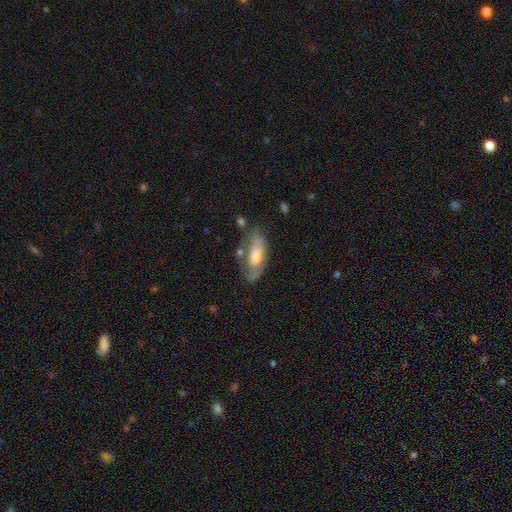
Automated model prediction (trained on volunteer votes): Smooth or featured?
  - featured or disk: 52% *
  - smooth: 41%
  - star or artifact: 6%
Edge-on disk?
  - no: 85% *
  - yes: 15%
Merging?
  - none: 53% *
  - minor disturbance: 26%
  - major disturbance: 15%
  - merger: 7%